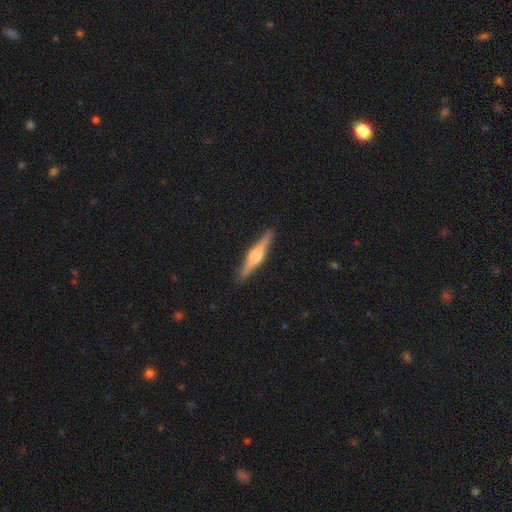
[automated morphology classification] Smooth or featured? Predicted: featured or disk (p=0.73). Edge-on disk? Predicted: yes (p=0.98). Edge-on bulge? Predicted: rounded (p=0.91). Merging? Predicted: none (p=0.91).